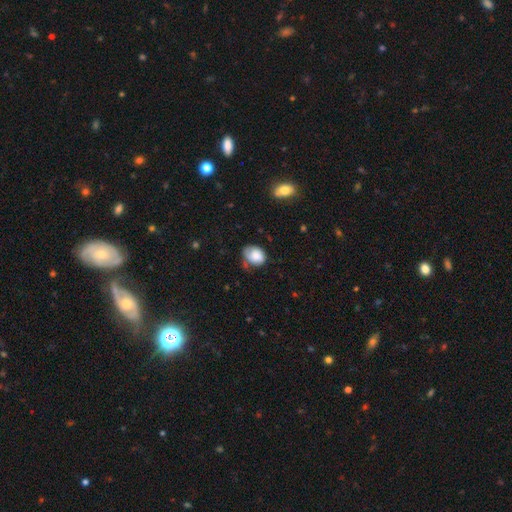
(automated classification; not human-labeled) smooth-or-featured: smooth: 80% | featured or disk: 12% | star or artifact: 8%
  how-rounded: in between: 60% | round: 39% | cigar-shaped: 1%
  merging: none: 45% | minor disturbance: 38% | major disturbance: 13% | merger: 4%